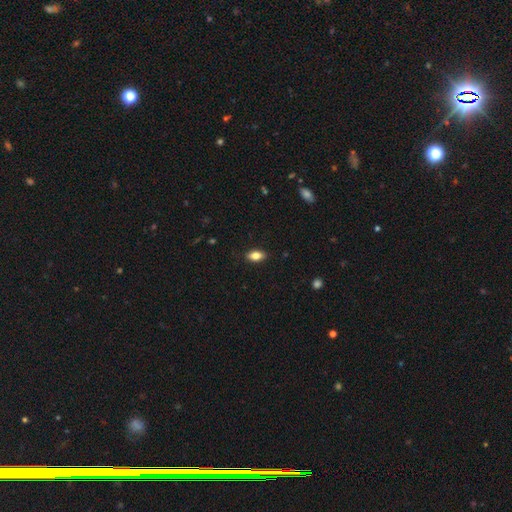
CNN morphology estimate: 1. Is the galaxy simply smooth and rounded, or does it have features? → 81% smooth, 11% featured or disk, 8% star or artifact.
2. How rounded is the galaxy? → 88% in between, 6% round, 5% cigar-shaped.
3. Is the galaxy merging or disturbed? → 88% none, 10% minor disturbance, 2% major disturbance, 1% merger.